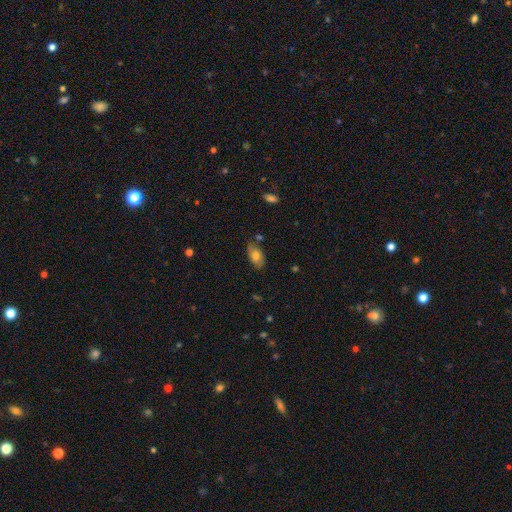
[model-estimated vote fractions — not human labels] Q: Smooth or featured?
A: smooth (64%); runner-up: featured or disk (27%)
Q: How rounded?
A: in between (91%); runner-up: round (6%)
Q: Merging?
A: none (66%); runner-up: minor disturbance (24%)